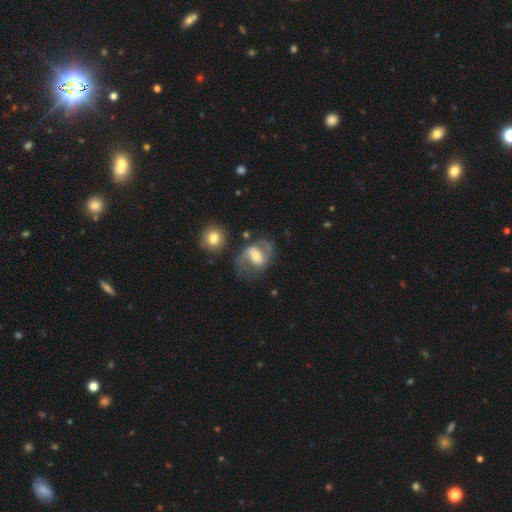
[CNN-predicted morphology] A featured or disk galaxy (70%) with a weak bar (41%), 2 (83%) medium (52%) spiral arms (85%) and a moderate central bulge (51%). Merging: none (56%).